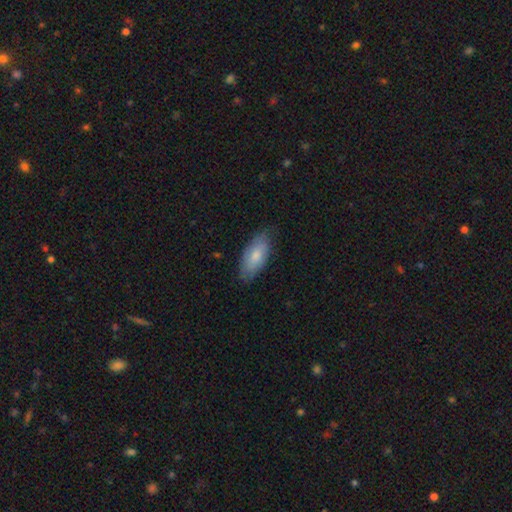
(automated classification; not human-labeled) This appears to be a smooth galaxy with no disk features (71%) that is in between round and cigar-shaped (88%). Merging: none (74%).